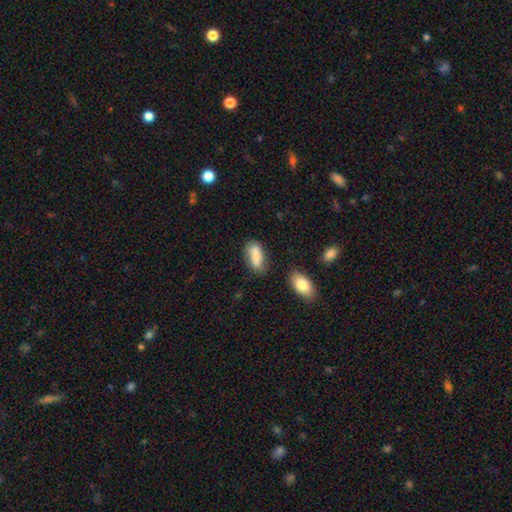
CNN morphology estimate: This is likely a smooth galaxy (79%). How rounded: clearly in between (82%). Merging: likely none (63%).